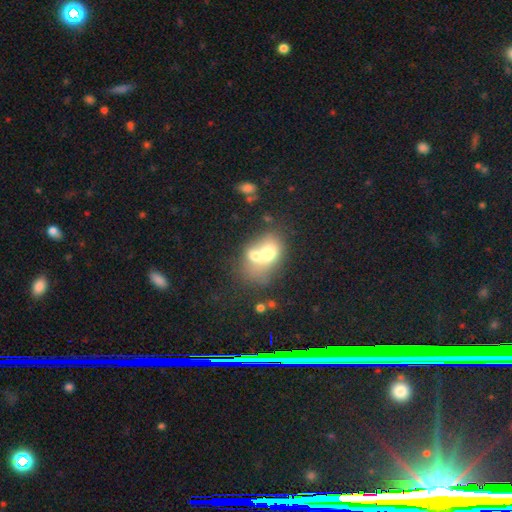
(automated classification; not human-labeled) Smooth or featured? smooth (63%)
How rounded? in between (62%)
Merging? merger (71%)